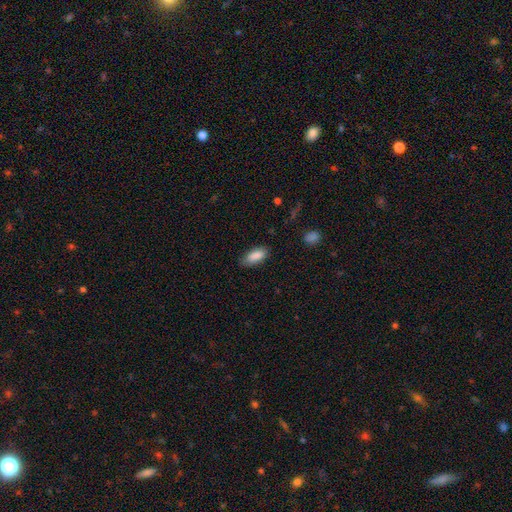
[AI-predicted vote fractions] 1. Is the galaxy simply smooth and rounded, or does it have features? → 88% smooth, 7% star or artifact, 5% featured or disk.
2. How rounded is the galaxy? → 84% in between, 14% cigar-shaped, 2% round.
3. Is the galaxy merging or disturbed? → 79% none, 16% minor disturbance, 3% major disturbance, 1% merger.